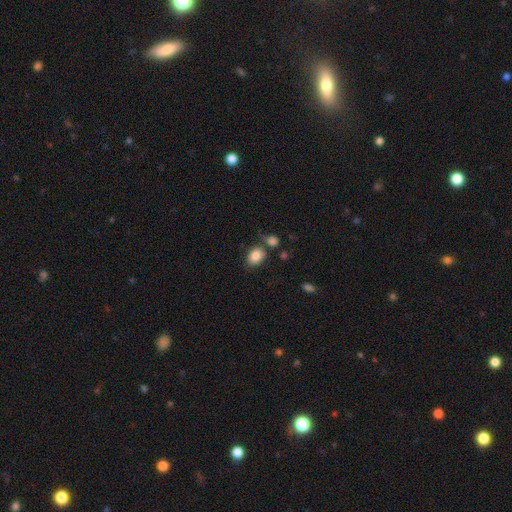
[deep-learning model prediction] Overall: smooth (85%). How rounded: in between (64%; round 35%). Merging: none (64%).